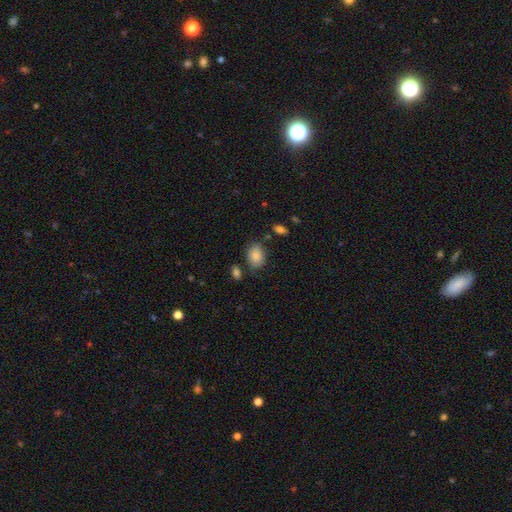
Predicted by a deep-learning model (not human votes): Morphology: type=smooth (86%); roundness=in between (76%); merging=none (74%).